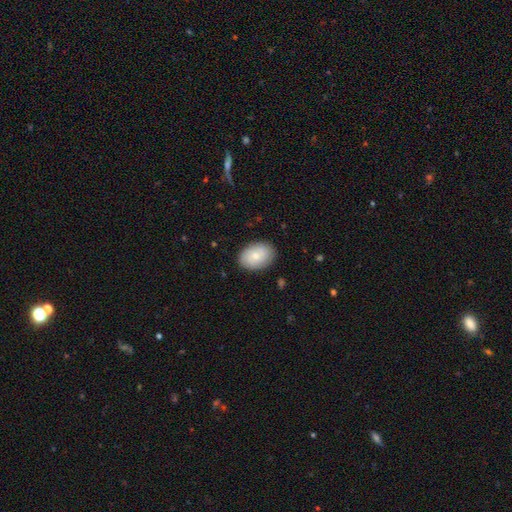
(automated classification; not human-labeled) This appears to be a smooth galaxy with no disk features (72%) that is in between round and cigar-shaped (78%). Merging: none (84%).